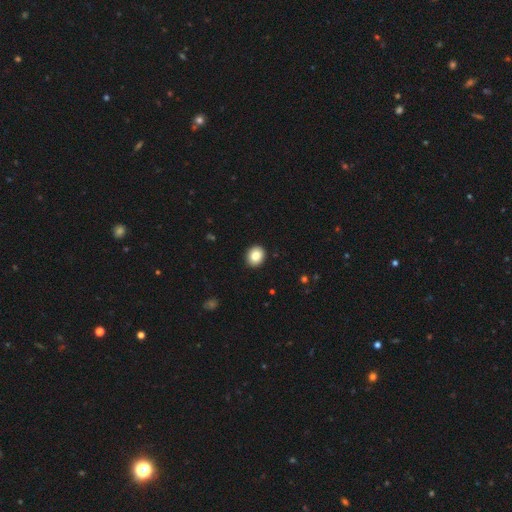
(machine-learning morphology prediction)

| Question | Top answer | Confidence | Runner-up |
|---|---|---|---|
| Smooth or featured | smooth | 84% | star or artifact (9%) |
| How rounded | round | 70% | in between (30%) |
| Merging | none | 92% | minor disturbance (6%) |